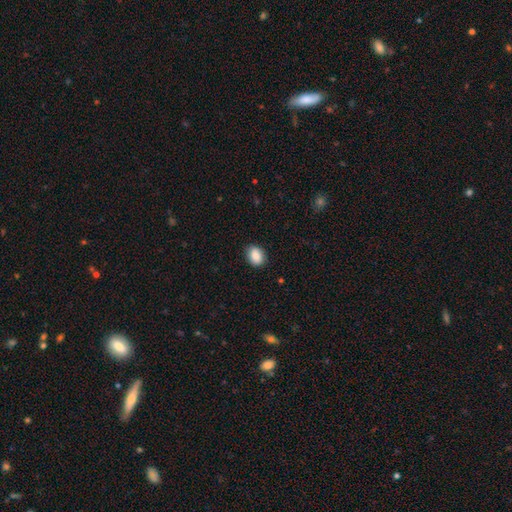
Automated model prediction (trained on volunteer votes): Smooth or featured?
  - smooth: 87% *
  - star or artifact: 8%
  - featured or disk: 5%
How rounded?
  - in between: 67% *
  - round: 32%
  - cigar-shaped: 1%
Merging?
  - none: 86% *
  - minor disturbance: 10%
  - major disturbance: 2%
  - merger: 1%